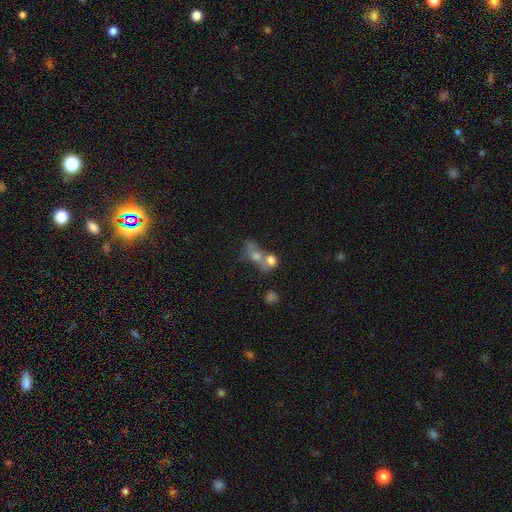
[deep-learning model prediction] The model was most divided on "how rounded": round: 49%, in between: 47%, cigar-shaped: 4%. More confident: merging — merger (60%); smooth or featured — smooth (58%).